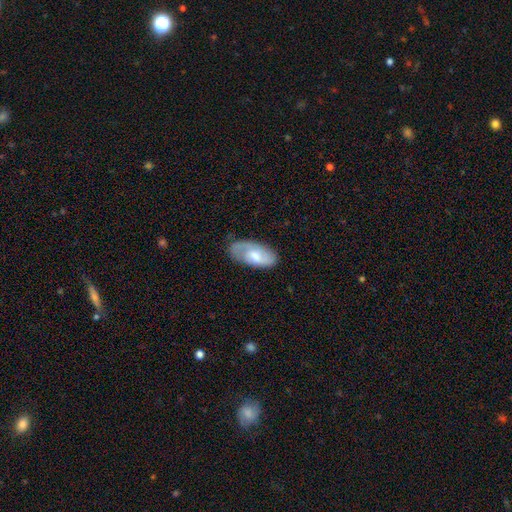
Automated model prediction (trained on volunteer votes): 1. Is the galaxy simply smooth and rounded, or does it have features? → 51% smooth, 43% featured or disk, 6% star or artifact.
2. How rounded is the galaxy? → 92% in between, 5% cigar-shaped, 3% round.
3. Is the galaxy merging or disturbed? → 68% none, 24% minor disturbance, 7% major disturbance, 1% merger.